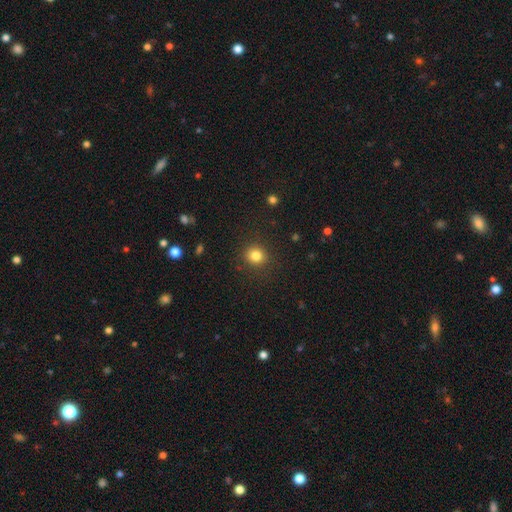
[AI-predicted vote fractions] smooth 83%, star or artifact 12%, featured or disk 5%. Down the decision tree: how rounded — round (87%); merging — none (89%).